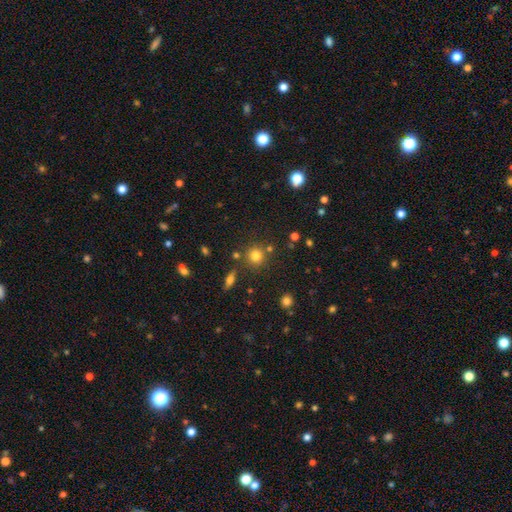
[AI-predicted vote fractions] Overall: smooth (77%). How rounded: round (91%). Merging: none (77%).